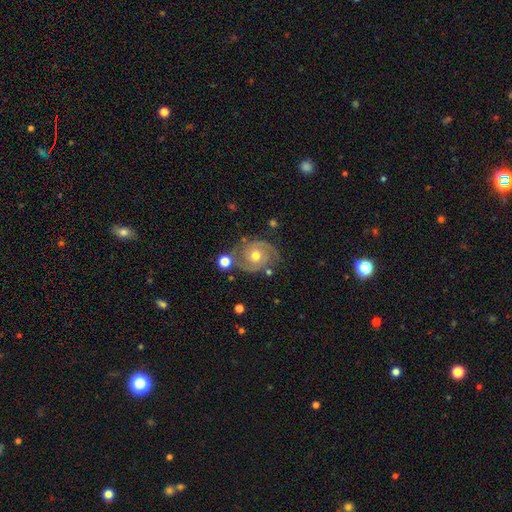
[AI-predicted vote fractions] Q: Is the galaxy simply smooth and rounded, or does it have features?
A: featured or disk — 86%.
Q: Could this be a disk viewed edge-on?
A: no — 98%.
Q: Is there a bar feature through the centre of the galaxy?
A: no — 76%.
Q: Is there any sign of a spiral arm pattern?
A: yes — 97%.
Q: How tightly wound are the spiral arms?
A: tight — 59%.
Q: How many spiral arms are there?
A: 2 — 85%.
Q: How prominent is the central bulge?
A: moderate — 73%.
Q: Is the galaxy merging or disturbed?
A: none — 71%.